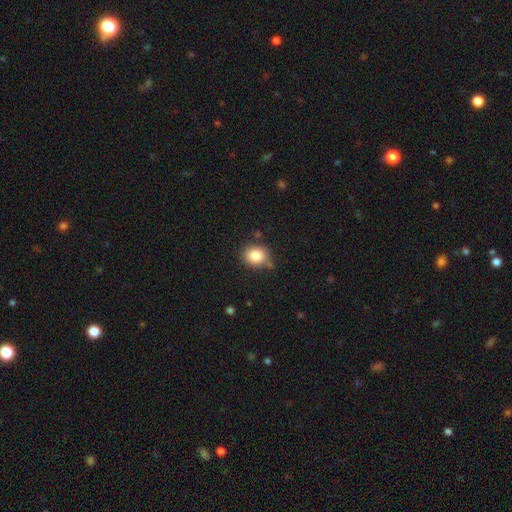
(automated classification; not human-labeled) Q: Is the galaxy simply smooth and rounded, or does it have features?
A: smooth — 83%.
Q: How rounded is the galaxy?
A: round — 66%.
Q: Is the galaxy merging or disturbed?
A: none — 77%.